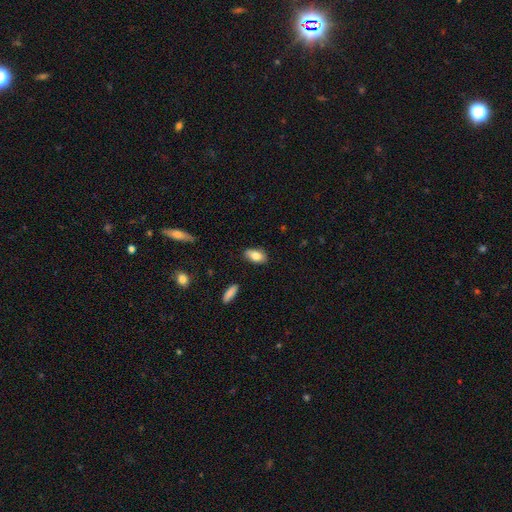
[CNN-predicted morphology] Q: Smooth or featured?
A: smooth (79%); runner-up: featured or disk (13%)
Q: How rounded?
A: in between (90%); runner-up: round (5%)
Q: Merging?
A: none (84%); runner-up: minor disturbance (13%)